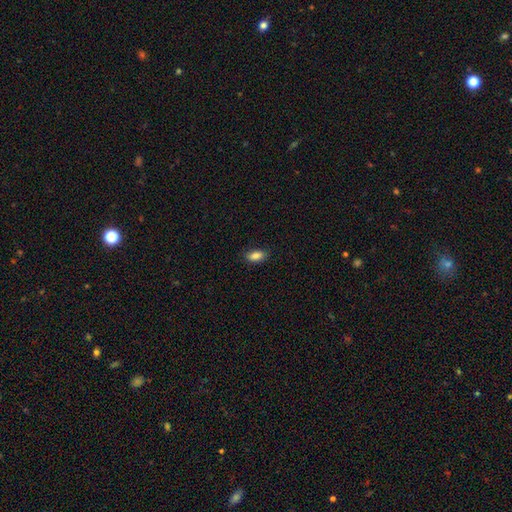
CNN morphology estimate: Q: Smooth or featured?
A: smooth (86%); runner-up: star or artifact (8%)
Q: How rounded?
A: in between (88%); runner-up: cigar-shaped (7%)
Q: Merging?
A: none (85%); runner-up: minor disturbance (12%)